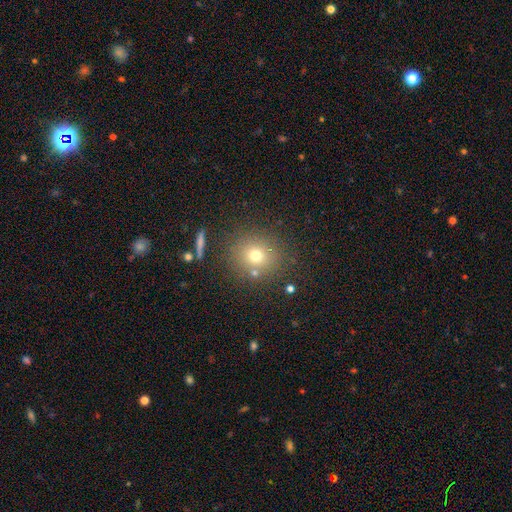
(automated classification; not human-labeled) Morphology: type=smooth (70%); roundness=round (88%); merging=none (82%).